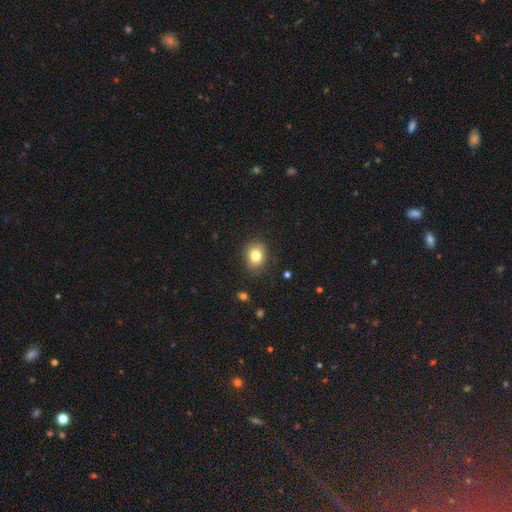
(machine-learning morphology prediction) Q: Smooth or featured?
A: smooth (80%); runner-up: star or artifact (11%)
Q: How rounded?
A: round (63%); runner-up: in between (36%)
Q: Merging?
A: none (85%); runner-up: minor disturbance (11%)